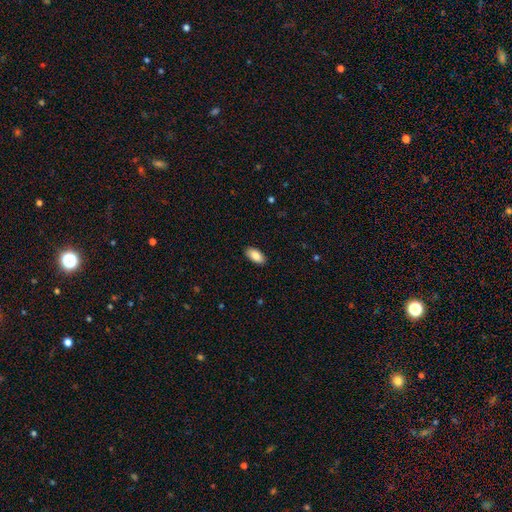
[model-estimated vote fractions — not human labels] Smooth or featured?
  - smooth: 87% *
  - featured or disk: 7%
  - star or artifact: 6%
How rounded?
  - in between: 94% *
  - cigar-shaped: 4%
  - round: 2%
Merging?
  - none: 90% *
  - minor disturbance: 8%
  - major disturbance: 2%
  - merger: 1%